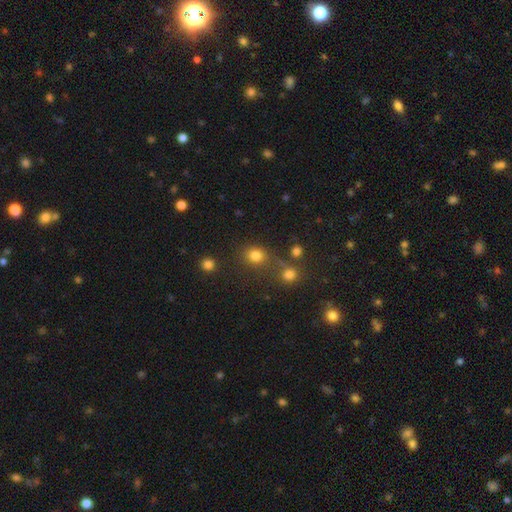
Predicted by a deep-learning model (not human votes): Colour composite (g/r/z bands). It shows a smooth galaxy with no disk features (79%) that is round (76%). Merging: none (68%).